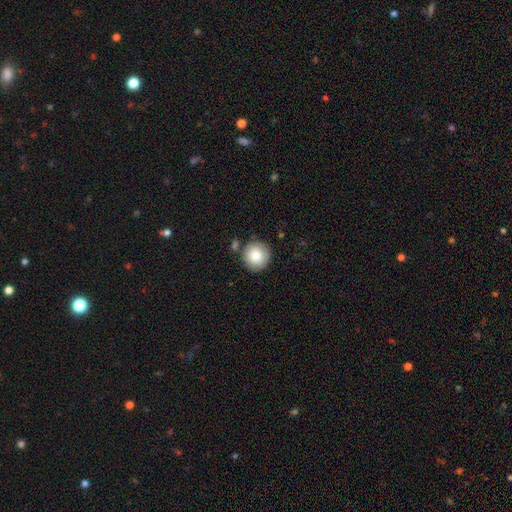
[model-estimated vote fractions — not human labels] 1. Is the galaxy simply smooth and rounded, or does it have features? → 82% smooth, 10% featured or disk, 8% star or artifact.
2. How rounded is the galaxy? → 95% round, 4% in between, 1% cigar-shaped.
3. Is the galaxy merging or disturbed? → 78% none, 11% minor disturbance, 8% merger, 3% major disturbance.